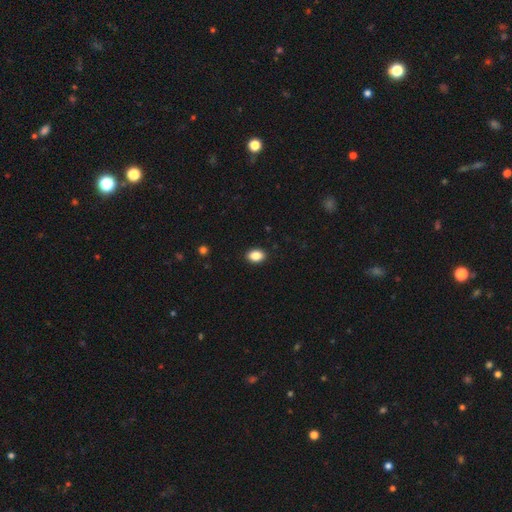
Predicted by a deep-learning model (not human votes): This is clearly a smooth galaxy (87%). How rounded: likely in between (78%). Merging: clearly none (91%).